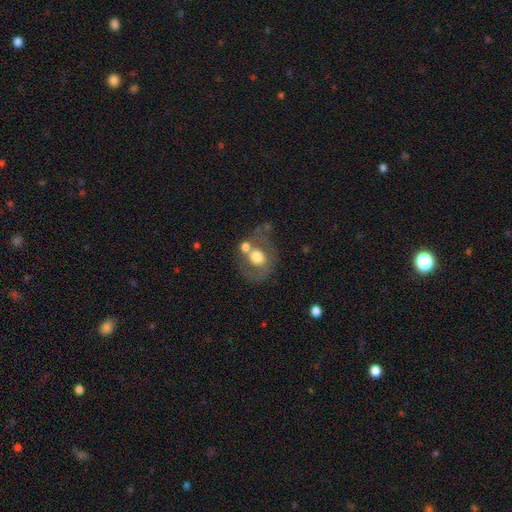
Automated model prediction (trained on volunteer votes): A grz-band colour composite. It shows a featured or disk galaxy (48%). Merging: none (49%).